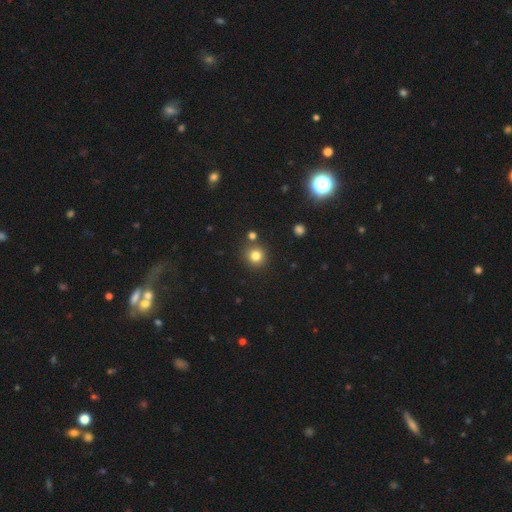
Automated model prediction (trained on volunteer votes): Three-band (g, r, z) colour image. It shows a smooth galaxy with no disk features (80%) that is round (92%). Merging: none (82%).